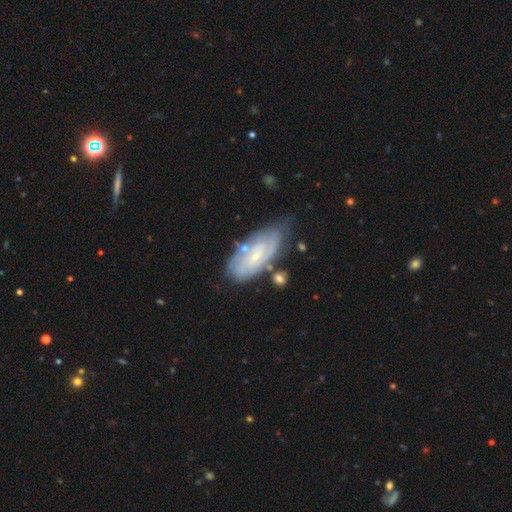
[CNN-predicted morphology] featured or disk 69%, smooth 24%, star or artifact 7%. Down the decision tree: edge-on disk — no (91%); bar — no (62%); spiral arms — yes (83%); spiral arm count — can't tell (52%); spiral winding — tight (61%); bulge size — small (78%); merging — none (60%).